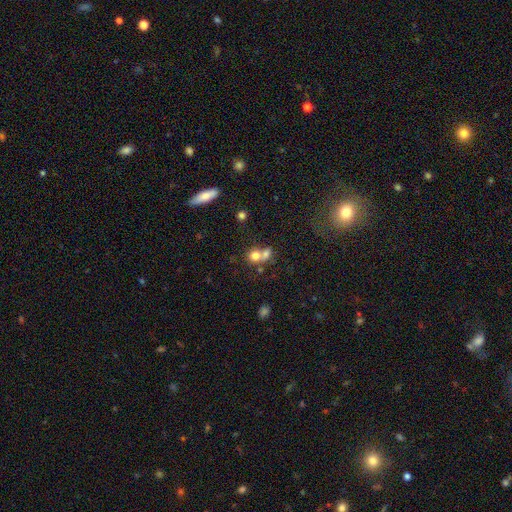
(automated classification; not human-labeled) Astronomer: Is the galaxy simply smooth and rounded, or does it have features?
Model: smooth — 73%.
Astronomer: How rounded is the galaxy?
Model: round — 73%.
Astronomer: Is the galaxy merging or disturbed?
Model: merger — 61%.